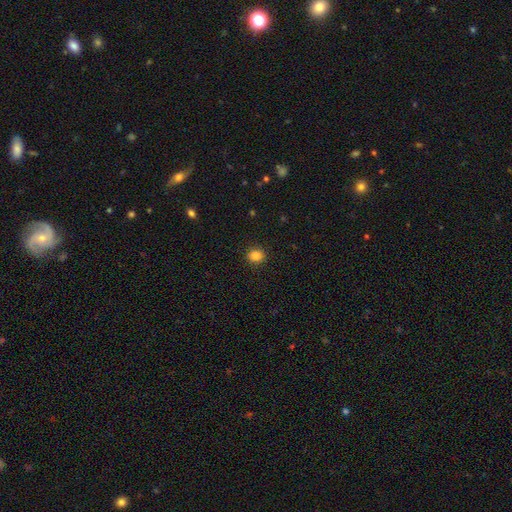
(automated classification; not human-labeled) Morphology: type=smooth (85%); roundness=round (69%); merging=none (91%).